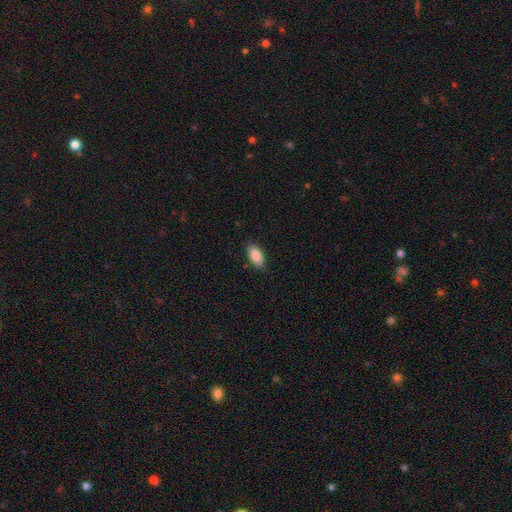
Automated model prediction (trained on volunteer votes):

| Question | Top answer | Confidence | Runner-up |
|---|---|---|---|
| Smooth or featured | smooth | 87% | star or artifact (7%) |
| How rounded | in between | 92% | cigar-shaped (6%) |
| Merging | none | 85% | minor disturbance (12%) |